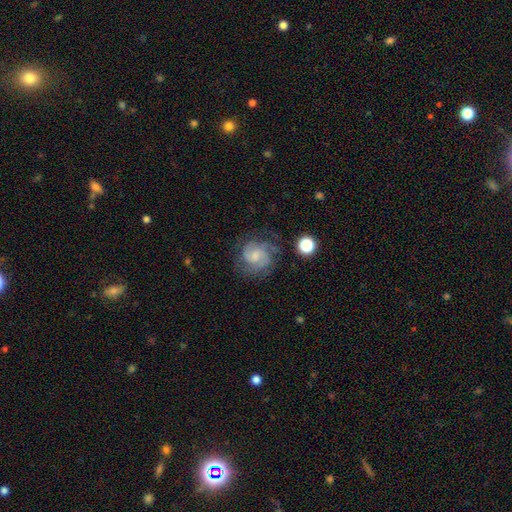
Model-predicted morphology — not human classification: A featured or disk galaxy (73%) with no bar (50%), 2 (58%) medium (45%) spiral arms (93%) and a small central bulge (37%). Merging: none (64%).